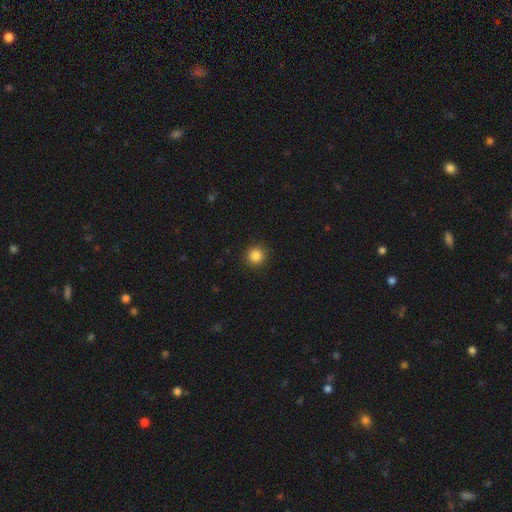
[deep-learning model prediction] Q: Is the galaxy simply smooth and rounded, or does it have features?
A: smooth — 85%.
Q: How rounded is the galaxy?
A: round — 95%.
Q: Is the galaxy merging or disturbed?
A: none — 92%.